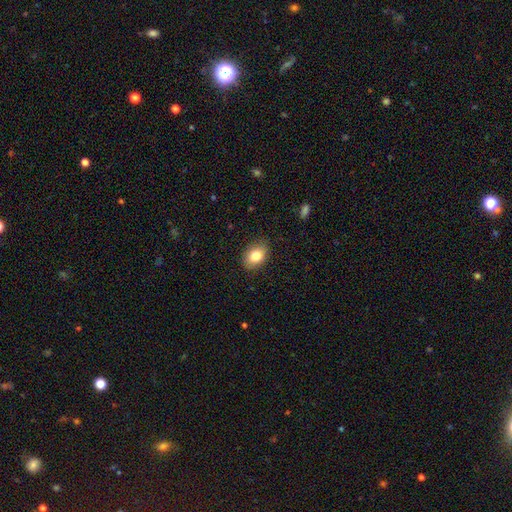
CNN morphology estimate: Smooth or featured? Predicted: smooth (p=0.83). How rounded? Predicted: in between (p=0.78). Merging? Predicted: none (p=0.84).